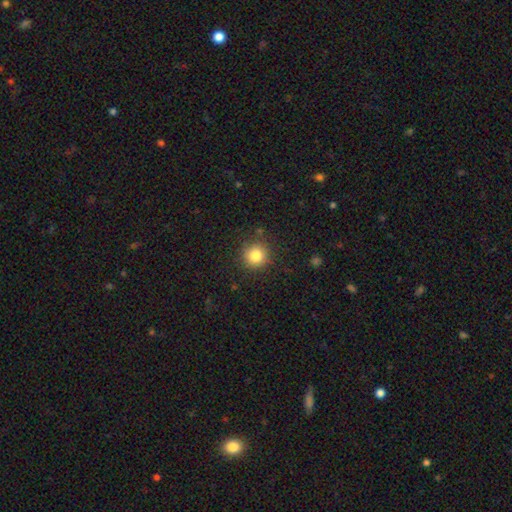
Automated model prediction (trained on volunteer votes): smooth 82%, star or artifact 11%, featured or disk 6%. Down the decision tree: how rounded — round (93%); merging — none (87%).